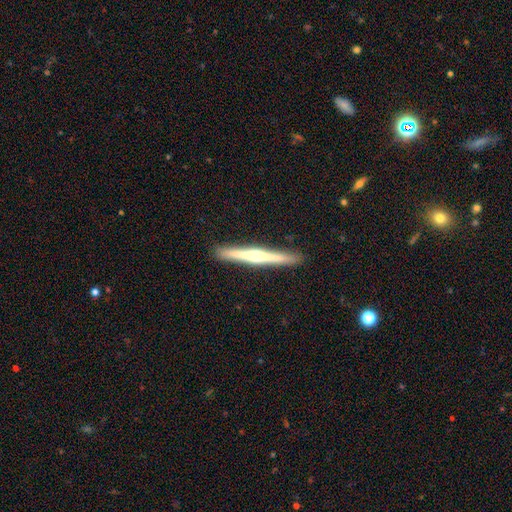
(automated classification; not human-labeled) smooth_or_featured: featured or disk (p=0.72) [alt: smooth p=0.23]
disk_edge_on: yes (p=0.98) [alt: no p=0.02]
edge_on_bulge: rounded (p=0.86) [alt: none p=0.10]
merging: none (p=0.92) [alt: minor disturbance p=0.06]